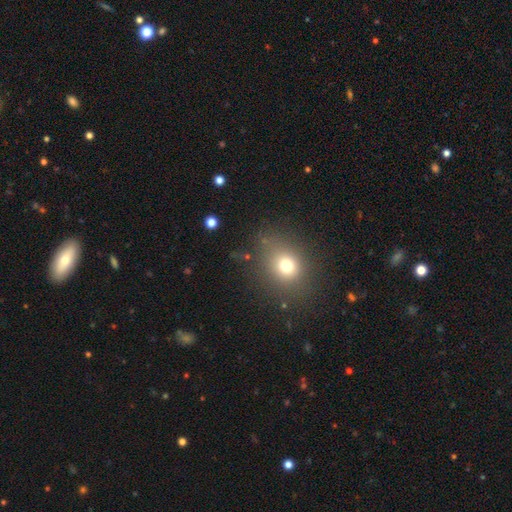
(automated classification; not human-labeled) A smooth galaxy with no disk features (63%) that is round (70%). Merging: none (85%).